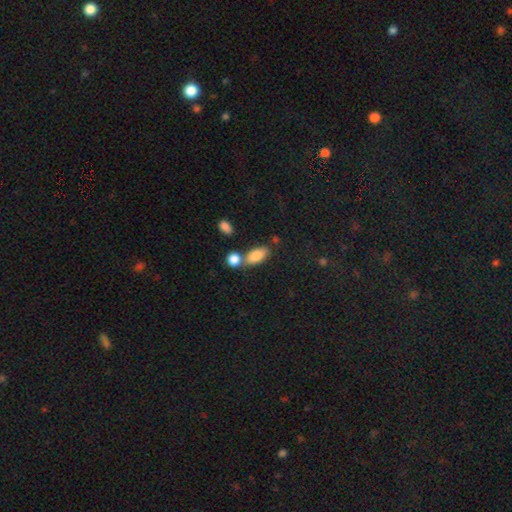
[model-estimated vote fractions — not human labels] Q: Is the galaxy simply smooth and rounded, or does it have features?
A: smooth — 83%.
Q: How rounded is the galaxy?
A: in between — 86%.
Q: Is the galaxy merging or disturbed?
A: none — 55%.